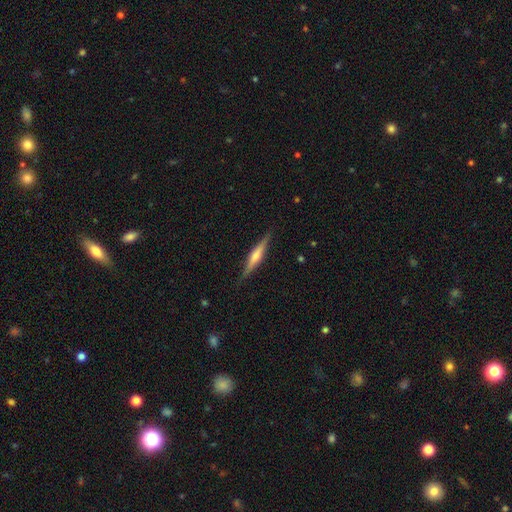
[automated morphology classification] smooth_or_featured: featured or disk (p=0.71) [alt: smooth p=0.23]
disk_edge_on: yes (p=0.98) [alt: no p=0.02]
edge_on_bulge: rounded (p=0.75) [alt: boxy p=0.15]
merging: none (p=0.89) [alt: minor disturbance p=0.08]